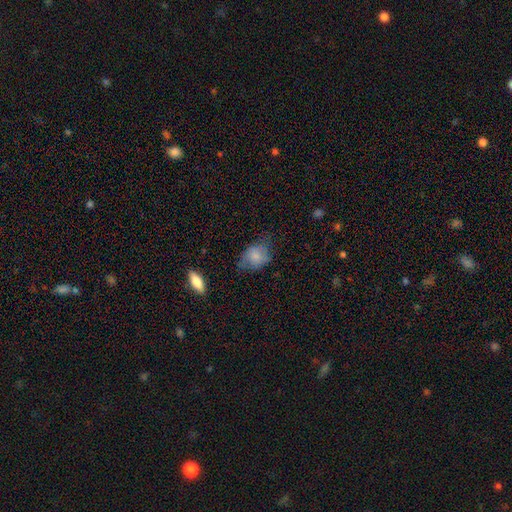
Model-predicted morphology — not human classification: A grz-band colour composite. It shows a smooth galaxy with no disk features (76%) that is in between round and cigar-shaped (65%). Merging: none (49%).